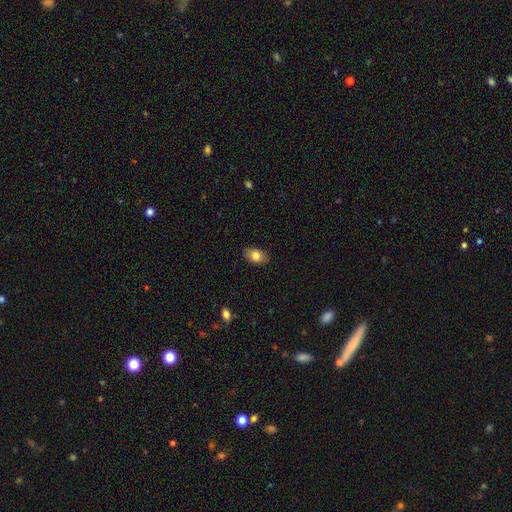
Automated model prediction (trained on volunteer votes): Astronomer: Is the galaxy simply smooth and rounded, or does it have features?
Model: smooth — 82%.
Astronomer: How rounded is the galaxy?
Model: in between — 85%.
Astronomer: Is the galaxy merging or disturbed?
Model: none — 87%.